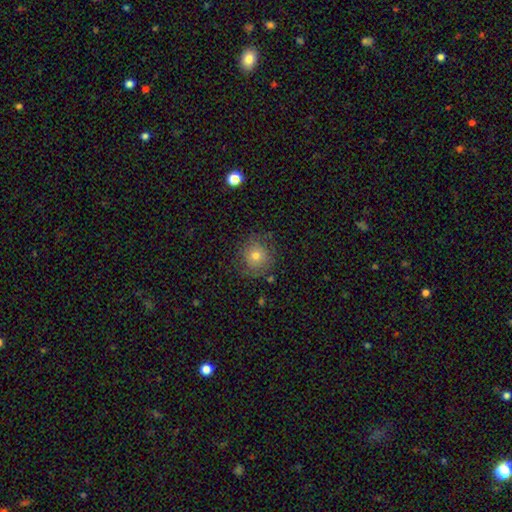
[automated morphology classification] smooth-or-featured: smooth: 68% | featured or disk: 20% | star or artifact: 11%
  how-rounded: round: 90% | in between: 9% | cigar-shaped: 1%
  merging: none: 76% | minor disturbance: 16% | major disturbance: 7% | merger: 2%